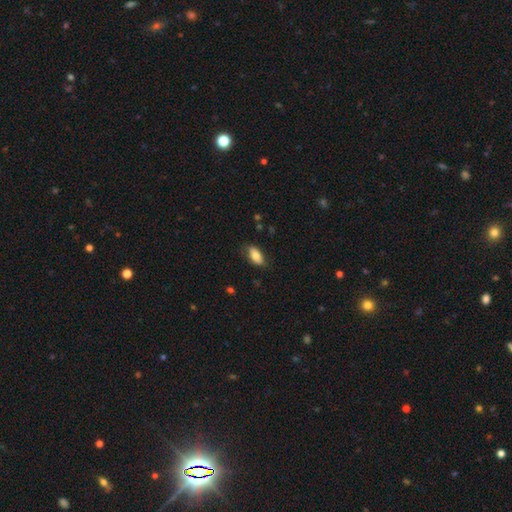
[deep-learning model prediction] smooth-or-featured: smooth: 79% | featured or disk: 14% | star or artifact: 7%
  how-rounded: in between: 90% | cigar-shaped: 7% | round: 3%
  merging: none: 76% | minor disturbance: 19% | major disturbance: 4% | merger: 1%